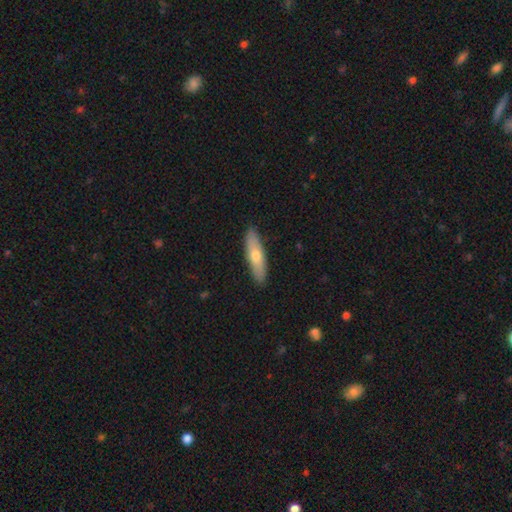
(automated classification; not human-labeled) Smooth or featured? smooth (64%)
How rounded? cigar-shaped (62%)
Merging? none (89%)